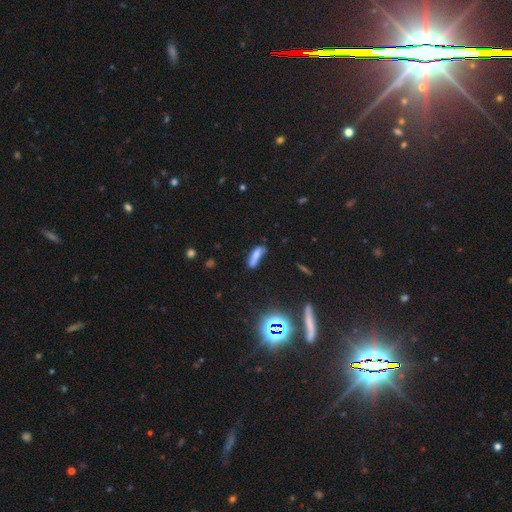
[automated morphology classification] Smooth or featured? Predicted: smooth (p=0.62). How rounded? Predicted: cigar-shaped (p=0.50). Merging? Predicted: none (p=0.45).